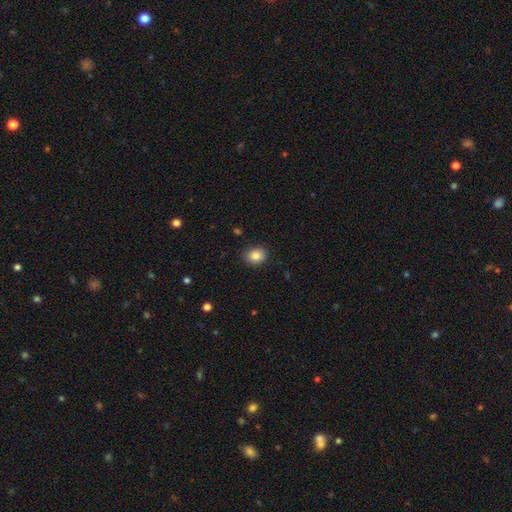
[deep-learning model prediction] The model was most divided on "how rounded": round: 58%, in between: 41%, cigar-shaped: 1%. More confident: merging — none (88%); smooth or featured — smooth (86%).